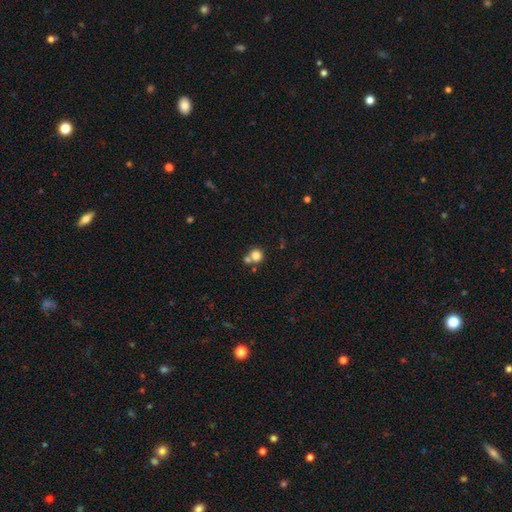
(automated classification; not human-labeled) This appears to be a smooth galaxy with no disk features (80%) that is round (90%). Merging: none (55%).